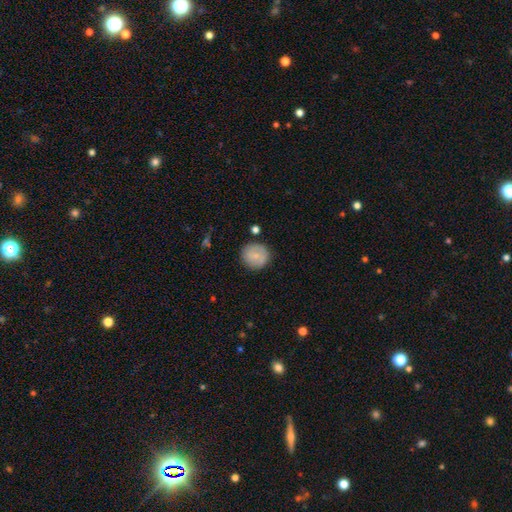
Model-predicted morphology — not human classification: Overall: smooth (72%). How rounded: round (91%). Merging: none (84%).